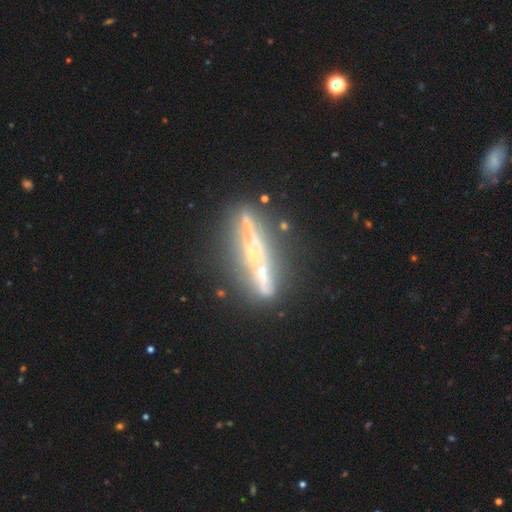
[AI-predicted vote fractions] smooth_or_featured: featured or disk (p=0.76) [alt: smooth p=0.16]
disk_edge_on: yes (p=0.88) [alt: no p=0.12]
edge_on_bulge: none (p=0.53) [alt: rounded p=0.36]
merging: none (p=0.72) [alt: minor disturbance p=0.16]